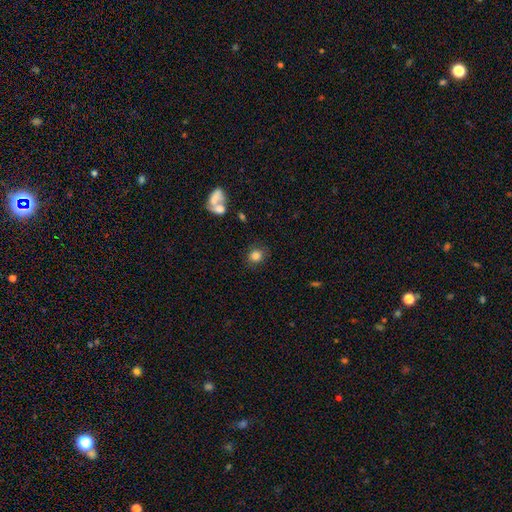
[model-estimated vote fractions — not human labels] Q: Smooth or featured?
A: smooth (84%); runner-up: star or artifact (11%)
Q: How rounded?
A: round (77%); runner-up: in between (22%)
Q: Merging?
A: none (79%); runner-up: minor disturbance (12%)